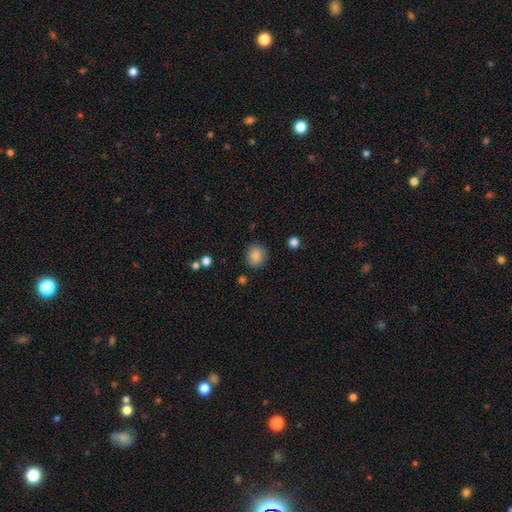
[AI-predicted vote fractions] This appears to be a smooth galaxy with no disk features (85%) that is round (80%). Merging: none (87%).